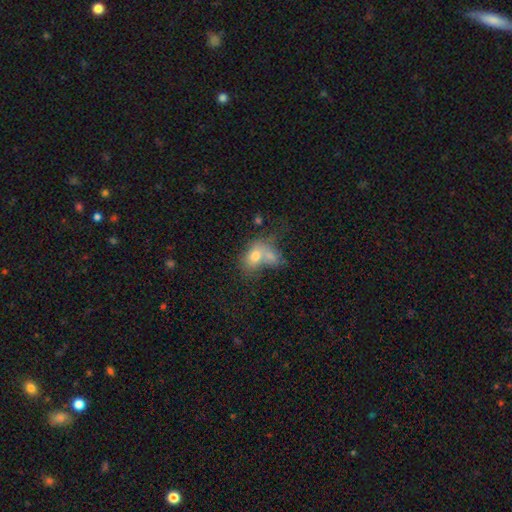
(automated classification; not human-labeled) smooth_or_featured: smooth (p=0.68) [alt: featured or disk p=0.21]
how_rounded: in between (p=0.72) [alt: round p=0.26]
merging: merger (p=0.53) [alt: none p=0.22]